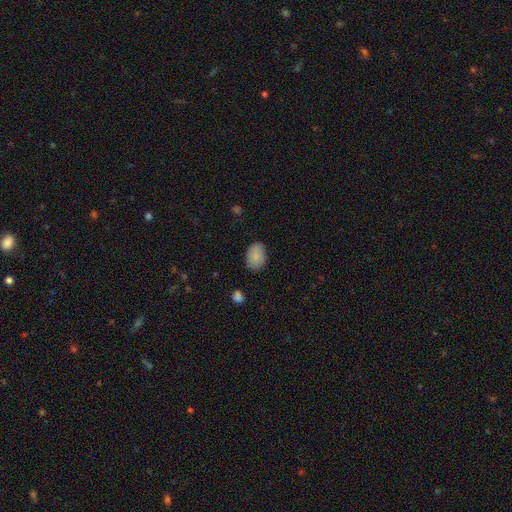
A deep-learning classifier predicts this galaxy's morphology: smooth_or_featured: smooth (p=0.84) [alt: featured or disk p=0.08]
how_rounded: in between (p=0.79) [alt: round p=0.20]
merging: none (p=0.78) [alt: minor disturbance p=0.17]